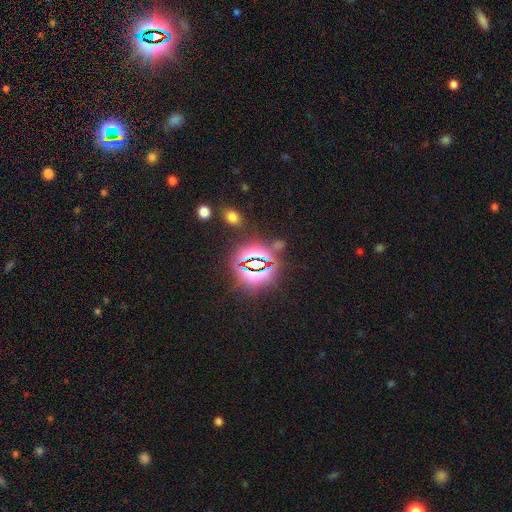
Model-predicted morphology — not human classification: The model was most divided on "smooth or featured": star or artifact: 80%, smooth: 12%, featured or disk: 8%.